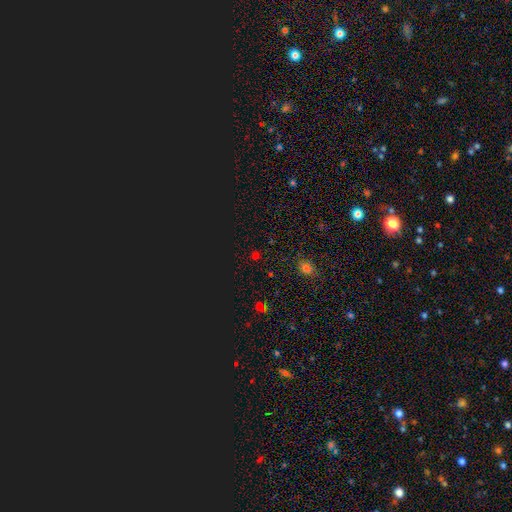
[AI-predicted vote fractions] This appears to be a star or artifact, not a galaxy (57%).